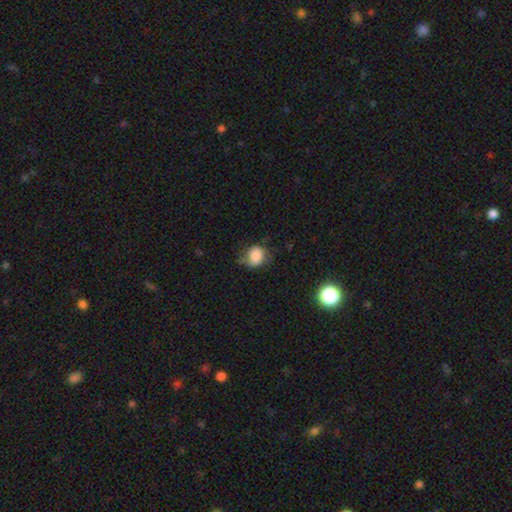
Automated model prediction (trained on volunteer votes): smooth-or-featured: smooth: 79% | featured or disk: 11% | star or artifact: 9%
  how-rounded: round: 62% | in between: 37% | cigar-shaped: 1%
  merging: none: 49% | minor disturbance: 34% | major disturbance: 14% | merger: 3%